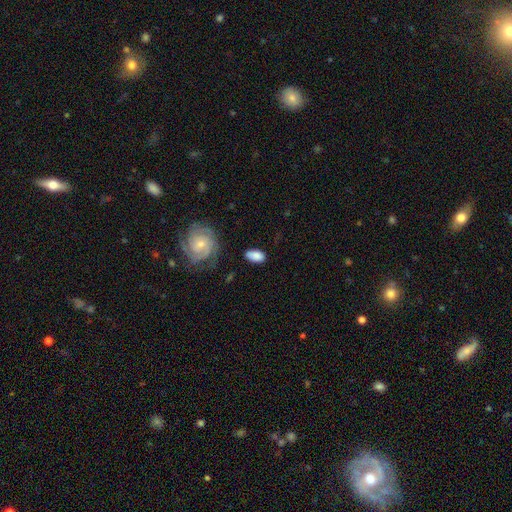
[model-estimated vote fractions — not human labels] smooth-or-featured: smooth: 76% | featured or disk: 17% | star or artifact: 7%
  how-rounded: in between: 90% | round: 7% | cigar-shaped: 4%
  merging: none: 72% | minor disturbance: 19% | major disturbance: 5% | merger: 3%